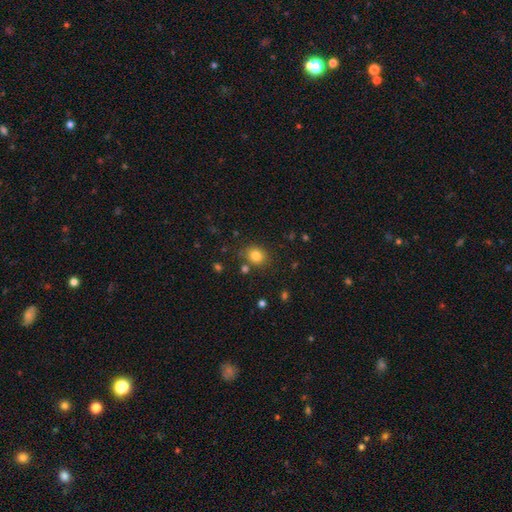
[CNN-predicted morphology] Smooth or featured: smooth — 81% (star or artifact — 12%)
How rounded: round — 65% (in between — 34%)
Merging: none — 78% (minor disturbance — 11%)